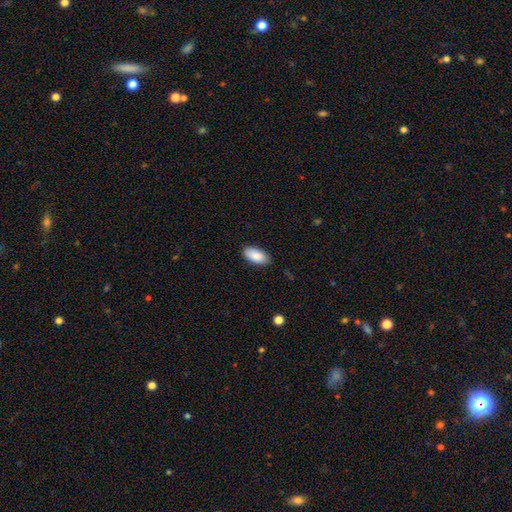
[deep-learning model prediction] This is clearly a smooth galaxy (88%). How rounded: clearly in between (94%). Merging: clearly none (87%).